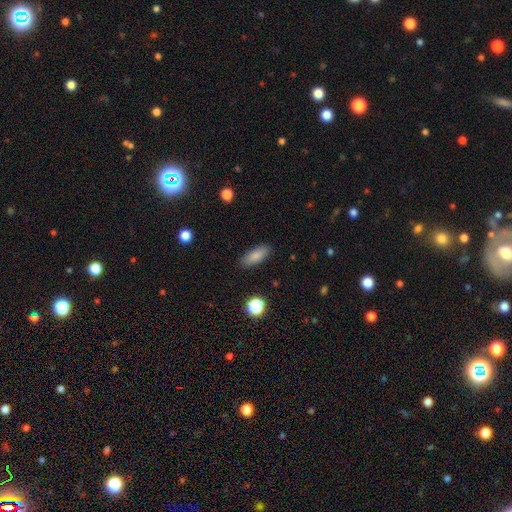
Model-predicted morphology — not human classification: A smooth galaxy with no disk features (85%) that is in between round and cigar-shaped (73%). Merging: none (88%).